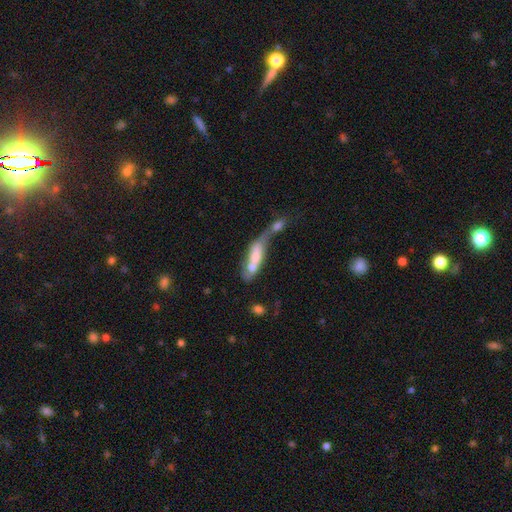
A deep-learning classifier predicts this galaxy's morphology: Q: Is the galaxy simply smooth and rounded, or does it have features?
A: smooth — 61%.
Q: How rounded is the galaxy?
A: in between — 57%.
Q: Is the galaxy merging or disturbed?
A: merger — 70%.